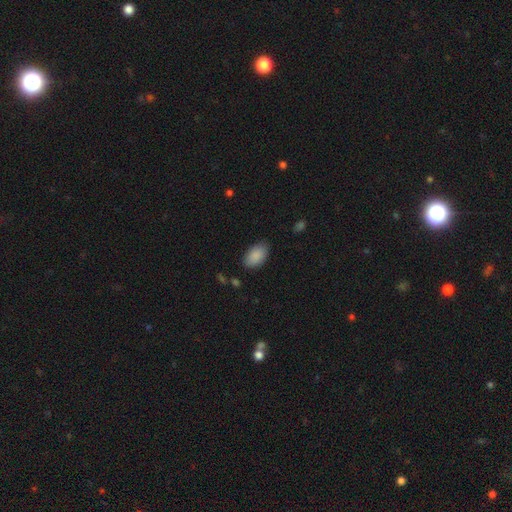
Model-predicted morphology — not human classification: Smooth or featured: smooth — 89% (star or artifact — 6%)
How rounded: in between — 94% (round — 5%)
Merging: none — 82% (minor disturbance — 13%)